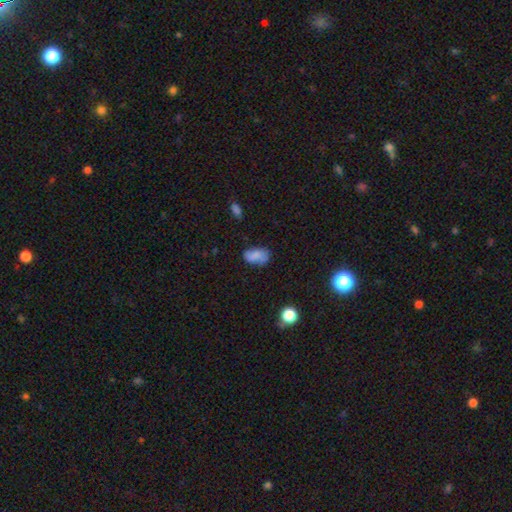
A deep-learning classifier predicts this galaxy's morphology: smooth 71%, featured or disk 19%, star or artifact 10%. Down the decision tree: how rounded — in between (90%); merging — none (58%).